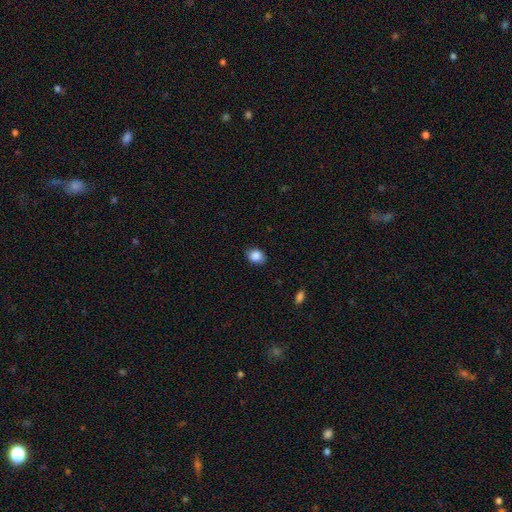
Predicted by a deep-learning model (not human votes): smooth 86%, star or artifact 9%, featured or disk 5%. Down the decision tree: how rounded — in between (52%); merging — none (82%).